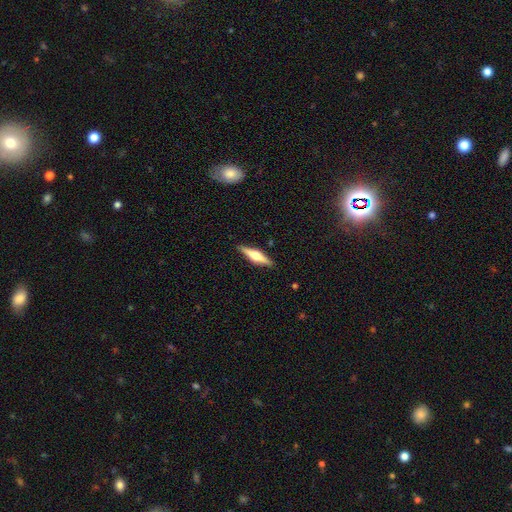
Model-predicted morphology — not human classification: smooth_or_featured: featured or disk (p=0.61) [alt: smooth p=0.33]
disk_edge_on: yes (p=0.97) [alt: no p=0.03]
edge_on_bulge: rounded (p=0.88) [alt: boxy p=0.09]
merging: none (p=0.89) [alt: minor disturbance p=0.08]